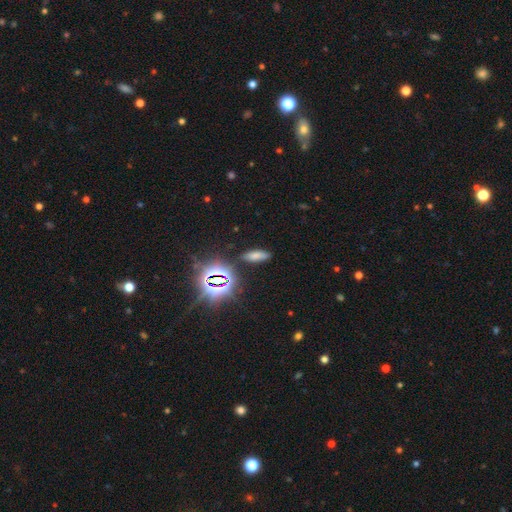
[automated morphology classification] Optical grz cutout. It shows a smooth galaxy with no disk features (61%) that is in between round and cigar-shaped (59%). Merging: none (83%).